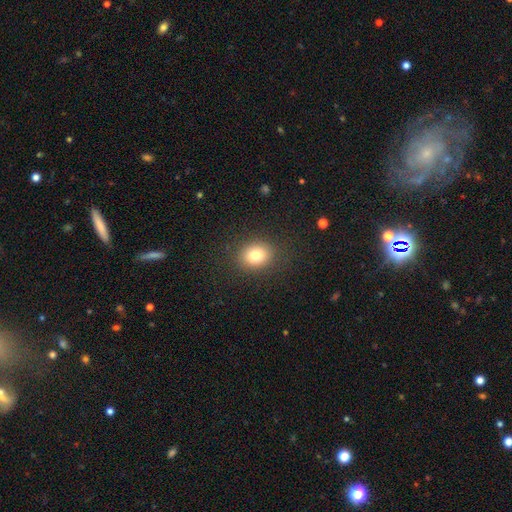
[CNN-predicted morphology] A smooth galaxy with no disk features (79%) that is round (60%). Merging: none (87%).